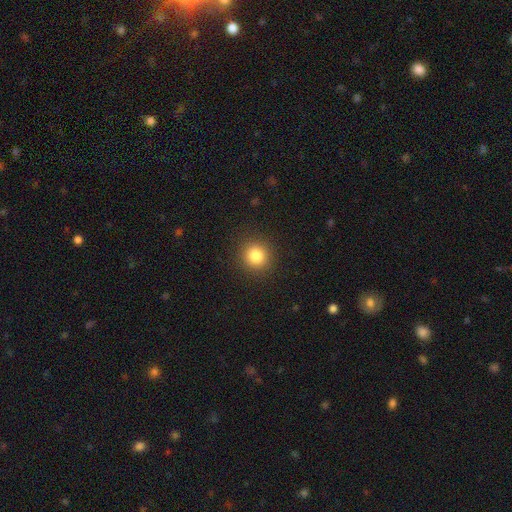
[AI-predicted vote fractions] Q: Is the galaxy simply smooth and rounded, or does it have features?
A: smooth — 82%.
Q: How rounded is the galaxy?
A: round — 92%.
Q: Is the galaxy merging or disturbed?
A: none — 91%.